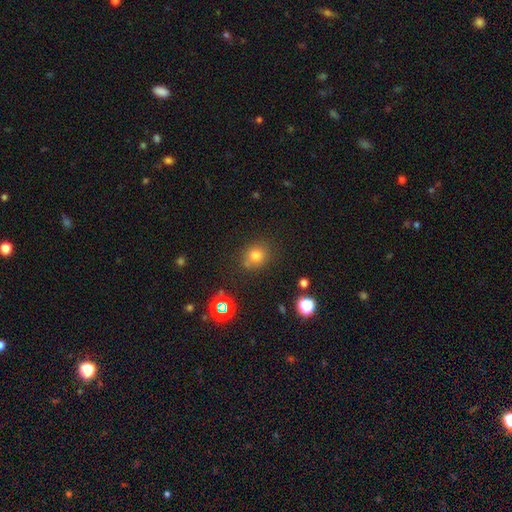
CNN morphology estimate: The model was most divided on "smooth or featured": smooth: 72%, star or artifact: 19%, featured or disk: 9%. More confident: how rounded — round (77%); merging — none (73%).